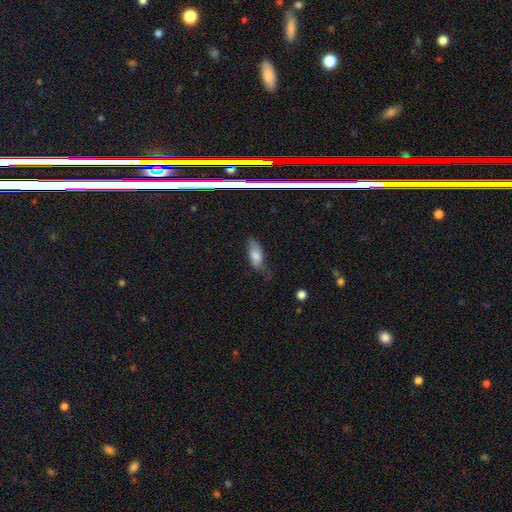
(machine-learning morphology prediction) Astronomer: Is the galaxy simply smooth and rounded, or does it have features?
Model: smooth — 68%.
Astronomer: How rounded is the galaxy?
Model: in between — 78%.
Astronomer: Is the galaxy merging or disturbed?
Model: none — 56% (runner-up: minor disturbance, 32%).